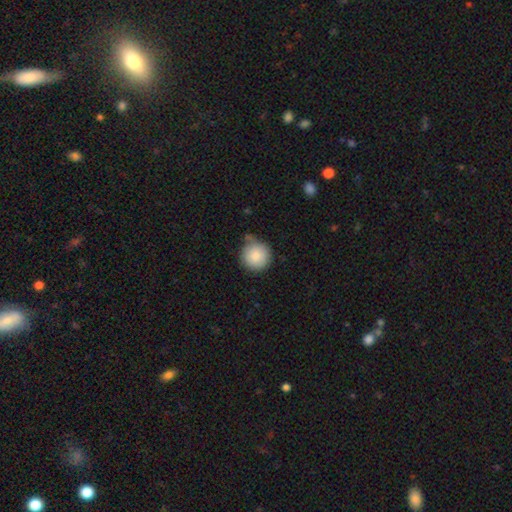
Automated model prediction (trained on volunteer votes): smooth_or_featured: smooth (p=0.86) [alt: star or artifact p=0.08]
how_rounded: round (p=0.95) [alt: in between p=0.04]
merging: none (p=0.68) [alt: minor disturbance p=0.21]